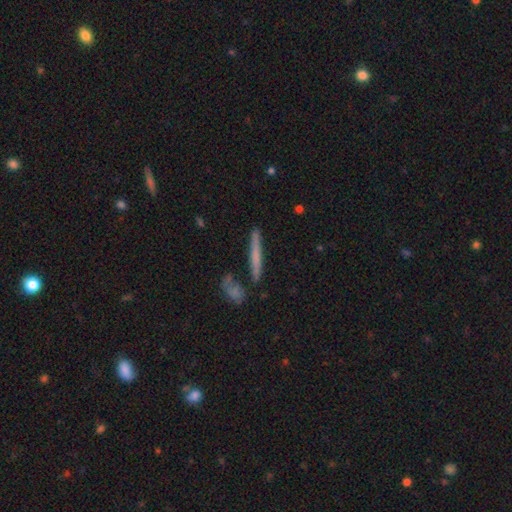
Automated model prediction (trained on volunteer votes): Smooth or featured?
  - smooth: 54% *
  - featured or disk: 40%
  - star or artifact: 7%
How rounded?
  - cigar-shaped: 94% *
  - in between: 3%
  - round: 2%
Merging?
  - none: 82% *
  - minor disturbance: 10%
  - merger: 6%
  - major disturbance: 3%